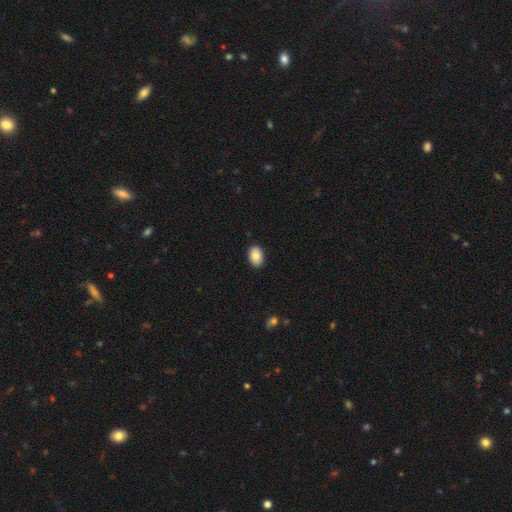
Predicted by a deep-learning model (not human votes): A smooth galaxy with no disk features (87%) that is in between round and cigar-shaped (86%). Merging: none (90%).